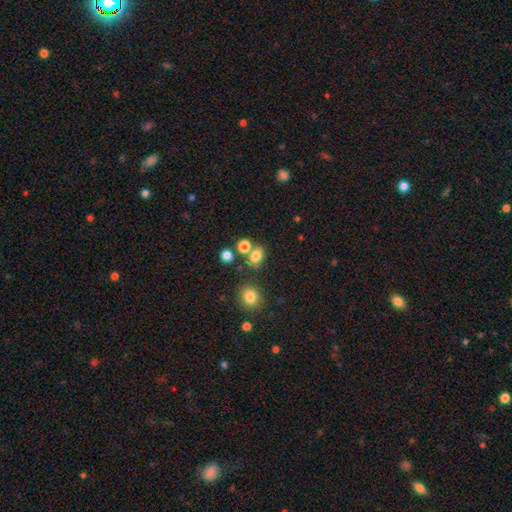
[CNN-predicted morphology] Smooth or featured? smooth (77%)
How rounded? in between (57%)
Merging? none (62%)